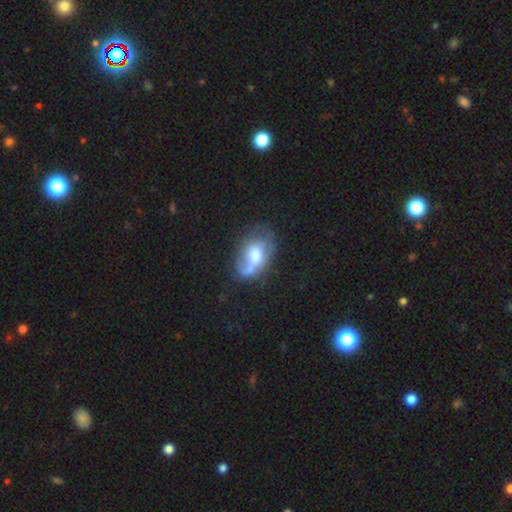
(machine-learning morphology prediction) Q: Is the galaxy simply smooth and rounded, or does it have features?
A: featured or disk — 48%.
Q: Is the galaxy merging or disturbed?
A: none — 39%.